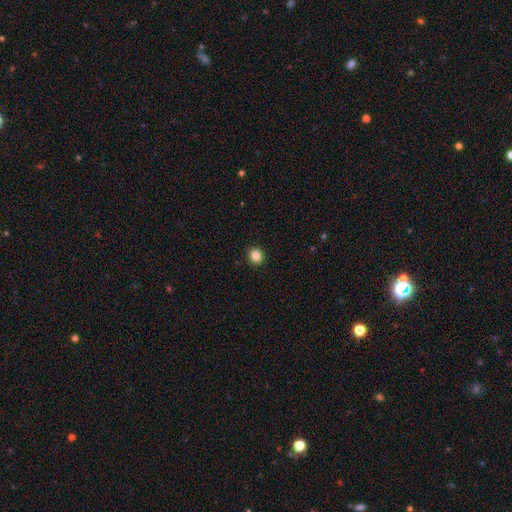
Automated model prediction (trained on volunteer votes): Morphology: type=smooth (84%); roundness=round (81%); merging=none (93%).